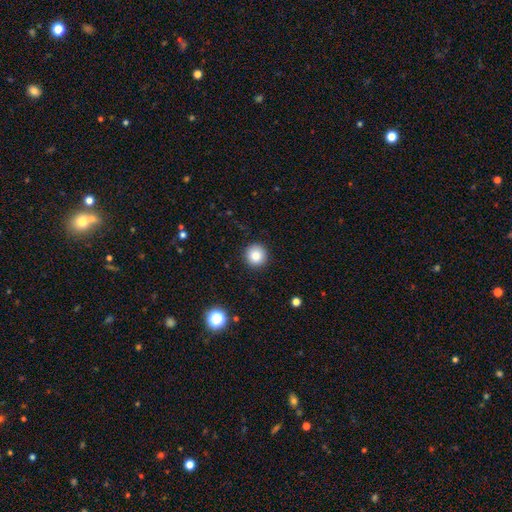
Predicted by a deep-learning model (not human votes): Smooth or featured? Predicted: smooth (p=0.84). How rounded? Predicted: round (p=0.95). Merging? Predicted: none (p=0.91).